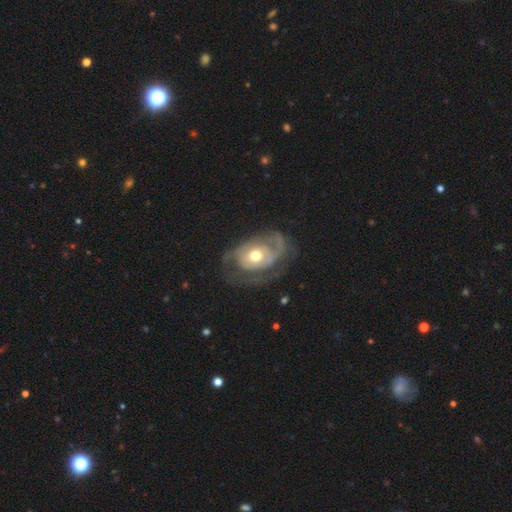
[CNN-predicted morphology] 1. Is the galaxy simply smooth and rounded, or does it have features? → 74% featured or disk, 21% smooth, 5% star or artifact.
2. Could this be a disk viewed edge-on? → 95% no, 5% yes.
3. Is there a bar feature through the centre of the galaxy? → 80% no, 16% weak, 4% strong.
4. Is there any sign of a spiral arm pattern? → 73% yes, 27% no.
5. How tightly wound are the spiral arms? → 44% tight, 35% medium, 21% loose.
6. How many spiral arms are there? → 39% 2, 30% can't tell, 17% 1, 9% 3, 3% 4, 3% more than 4.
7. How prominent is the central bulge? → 72% moderate, 16% small, 10% large, 1% dominant, 1% none.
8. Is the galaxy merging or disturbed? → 51% none, 25% major disturbance, 22% minor disturbance, 2% merger.